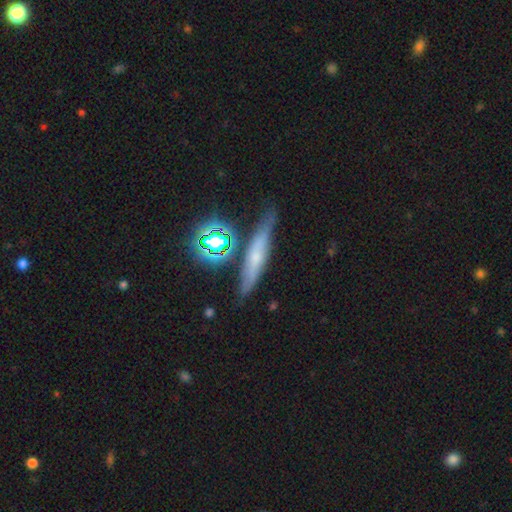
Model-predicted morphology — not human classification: A smooth galaxy with no disk features (41%).

Vote fractions:
- Smooth or featured? smooth: 41% / featured or disk: 40% / star or artifact: 18%
- Merging? none: 74% / minor disturbance: 16% / merger: 5% / major disturbance: 4%